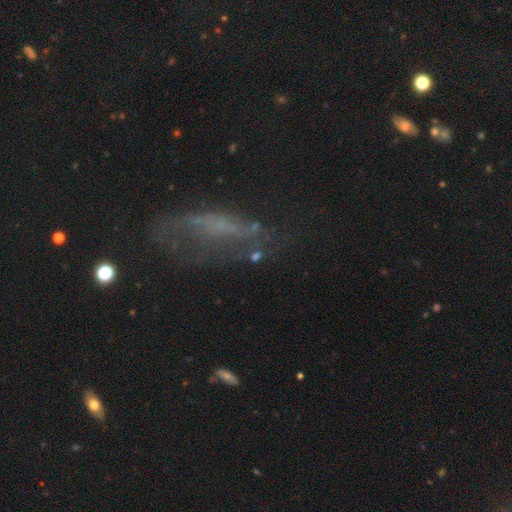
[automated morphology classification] A featured or disk galaxy (44%).

Vote fractions:
- Smooth or featured? featured or disk: 44% / smooth: 30% / star or artifact: 26%
- Merging? none: 42% / major disturbance: 31% / minor disturbance: 19% / merger: 9%